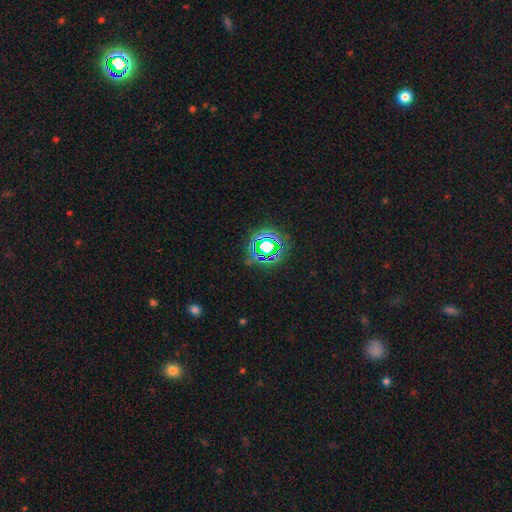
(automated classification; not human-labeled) A star or artifact, not a galaxy (74%).